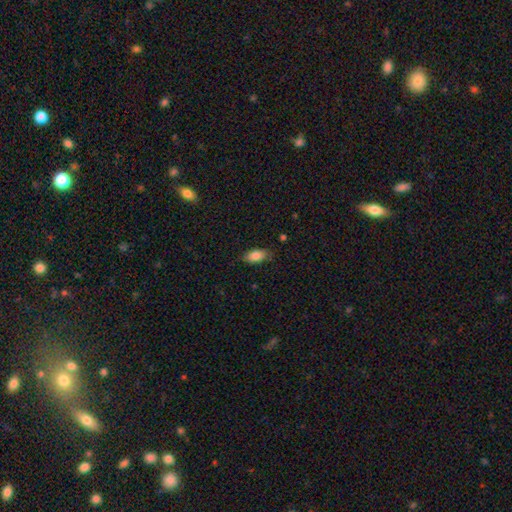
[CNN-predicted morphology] Smooth or featured?
  - smooth: 84% *
  - featured or disk: 9%
  - star or artifact: 7%
How rounded?
  - in between: 89% *
  - cigar-shaped: 7%
  - round: 4%
Merging?
  - none: 81% *
  - minor disturbance: 15%
  - major disturbance: 3%
  - merger: 1%